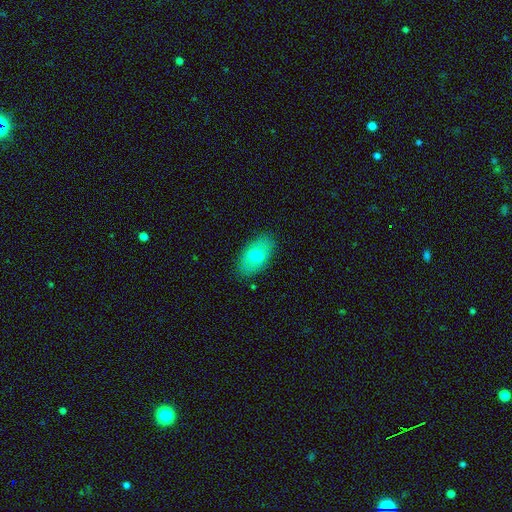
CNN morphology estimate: The model was most divided on "smooth or featured": smooth: 70%, featured or disk: 23%, star or artifact: 7%. More confident: how rounded — in between (91%); merging — none (85%).